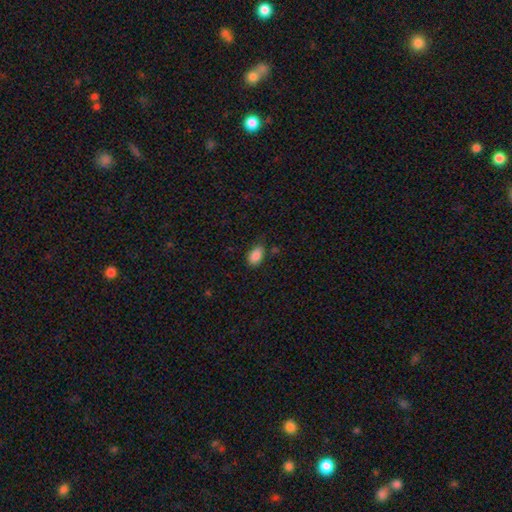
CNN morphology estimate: A smooth galaxy with no disk features (87%) that is in between round and cigar-shaped (91%). Merging: none (75%).